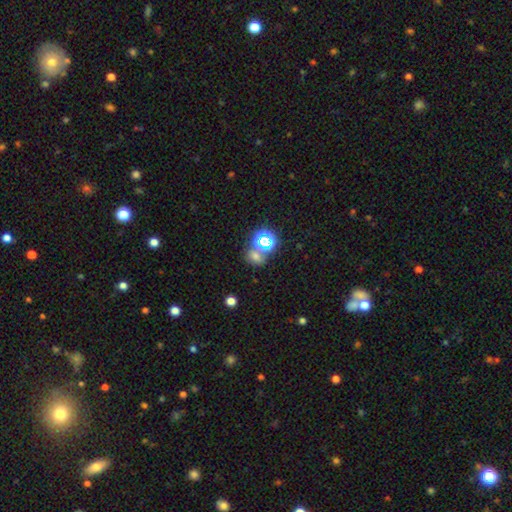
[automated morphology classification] smooth 48%, star or artifact 43%, featured or disk 9%. Down the decision tree: merging — none (58%).